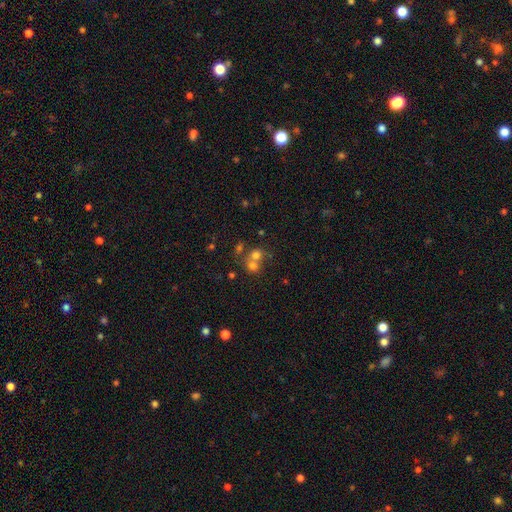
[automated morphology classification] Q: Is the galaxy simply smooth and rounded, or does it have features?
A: smooth — 66%.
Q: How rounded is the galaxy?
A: round — 77%.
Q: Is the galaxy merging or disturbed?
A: merger — 55%.